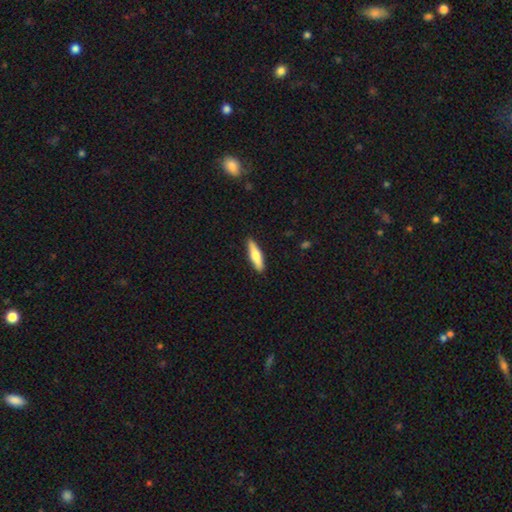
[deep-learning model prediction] This appears to be a smooth galaxy with no disk features (66%) that is cigar-shaped (74%). Merging: none (89%).